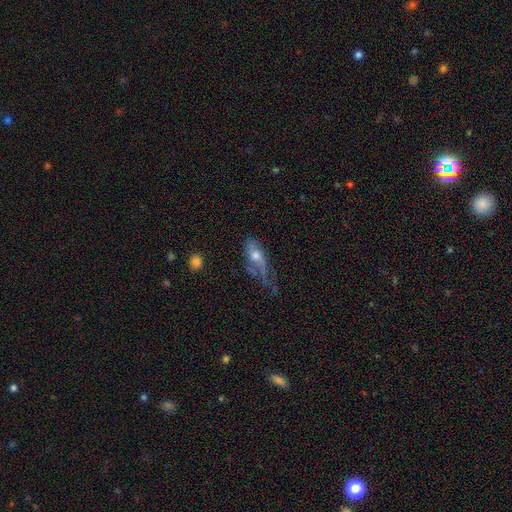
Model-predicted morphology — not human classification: smooth_or_featured: featured or disk (p=0.48) [alt: smooth p=0.43]
merging: none (p=0.32) [tied with: major disturbance p=0.32]